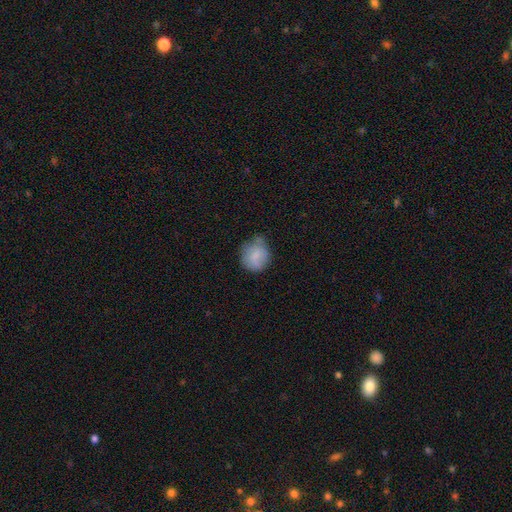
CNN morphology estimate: The model was most divided on "merging": none: 53%, minor disturbance: 36%, major disturbance: 9%, merger: 2%. More confident: smooth or featured — smooth (77%); how rounded — round (70%).